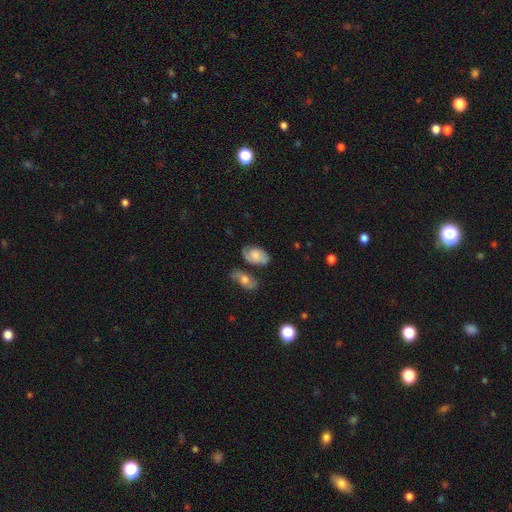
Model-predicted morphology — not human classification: Overall: smooth (51%; featured or disk 40%). How rounded: in between (90%). Merging: none (54%; minor disturbance 23%).